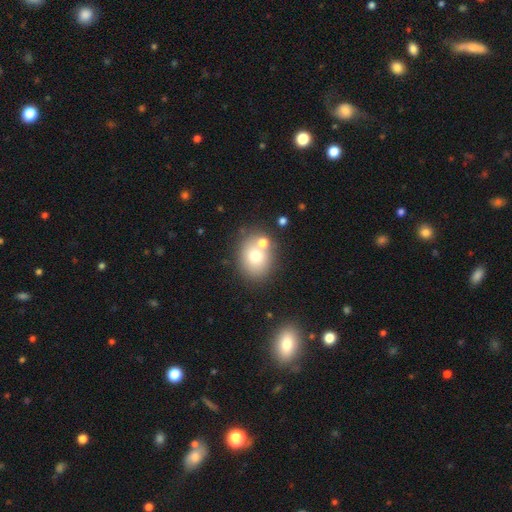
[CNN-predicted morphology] smooth_or_featured: smooth (p=0.71) [alt: featured or disk p=0.17]
how_rounded: round (p=0.63) [alt: in between p=0.36]
merging: none (p=0.62) [alt: merger p=0.23]